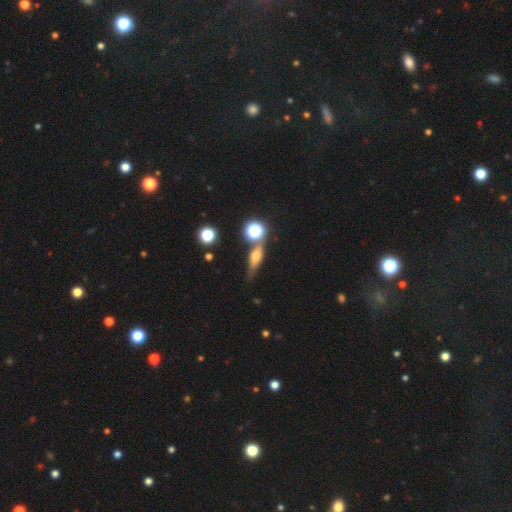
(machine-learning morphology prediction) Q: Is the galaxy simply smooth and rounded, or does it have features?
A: smooth — 46%.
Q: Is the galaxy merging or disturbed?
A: none — 61%.